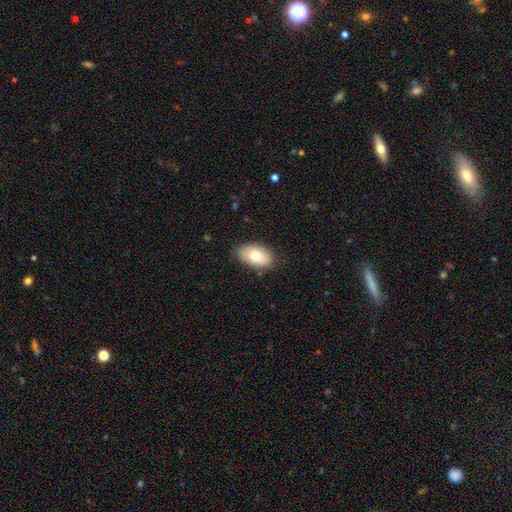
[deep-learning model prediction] smooth-or-featured: smooth: 75% | featured or disk: 18% | star or artifact: 7%
  how-rounded: in between: 93% | round: 6% | cigar-shaped: 1%
  merging: none: 83% | minor disturbance: 14% | major disturbance: 3% | merger: 1%